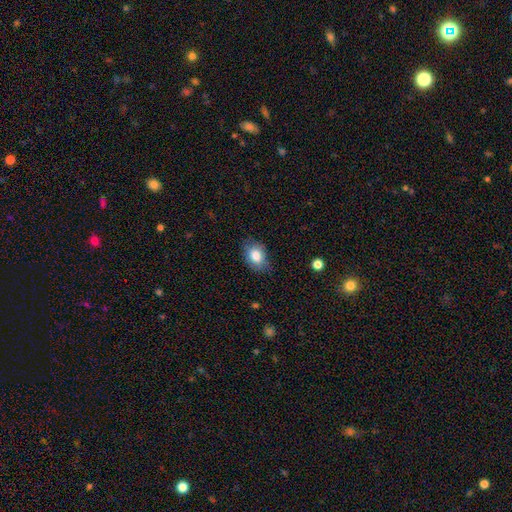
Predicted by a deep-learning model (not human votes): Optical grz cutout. It shows a smooth galaxy with no disk features (83%) that is in between round and cigar-shaped (78%). Merging: none (75%).